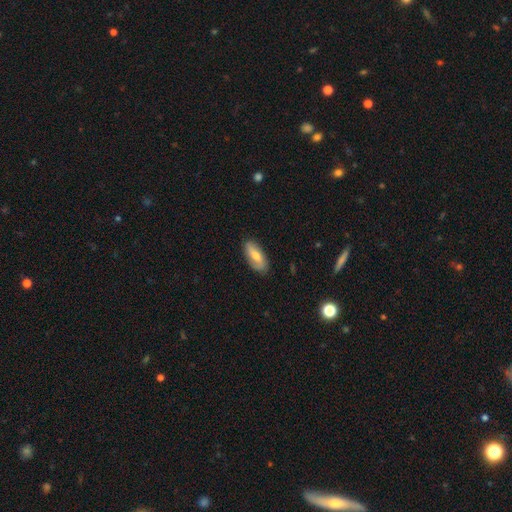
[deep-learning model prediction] smooth 54%, featured or disk 39%, star or artifact 6%. Down the decision tree: how rounded — in between (79%); merging — none (84%).